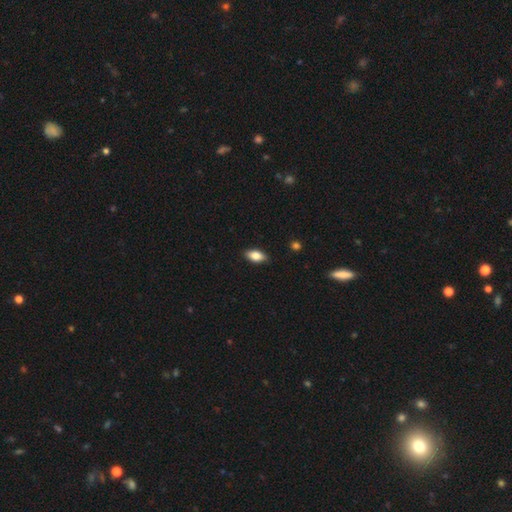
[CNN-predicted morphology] Smooth or featured? smooth (81%)
How rounded? in between (89%)
Merging? none (87%)